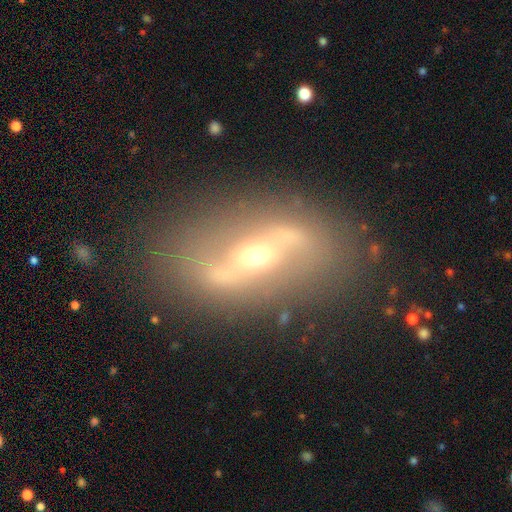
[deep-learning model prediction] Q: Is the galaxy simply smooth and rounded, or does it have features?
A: featured or disk — 78%.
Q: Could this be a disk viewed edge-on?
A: no — 88%.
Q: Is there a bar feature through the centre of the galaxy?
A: strong — 44%.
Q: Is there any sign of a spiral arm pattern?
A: yes — 69%.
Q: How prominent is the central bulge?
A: moderate — 53%.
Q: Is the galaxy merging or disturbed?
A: none — 80%.